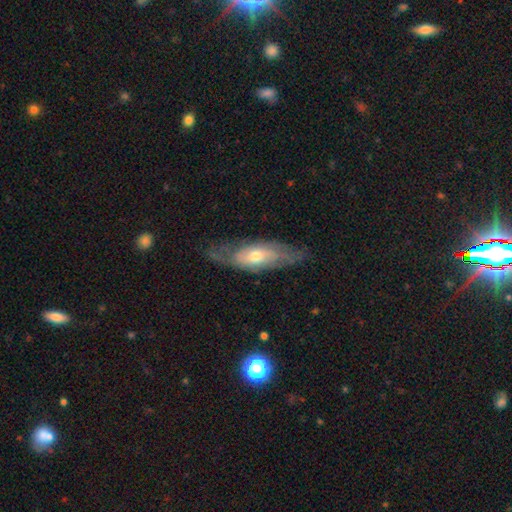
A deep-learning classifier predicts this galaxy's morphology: smooth-or-featured: featured or disk: 59% | smooth: 35% | star or artifact: 6%
  disk-edge-on: no: 72% | yes: 28%
  merging: none: 65% | minor disturbance: 23% | major disturbance: 10% | merger: 1%